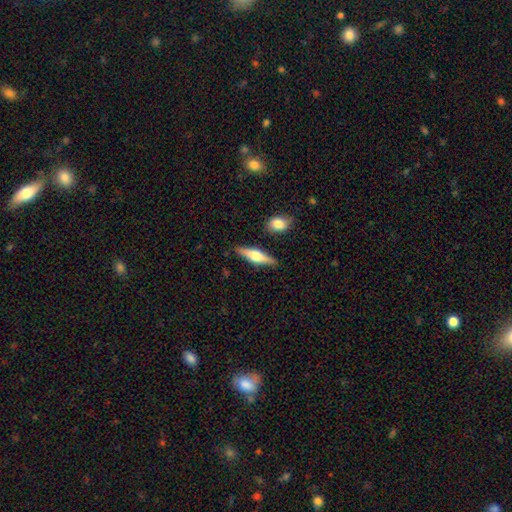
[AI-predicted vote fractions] Q: Smooth or featured?
A: featured or disk (55%); runner-up: smooth (39%)
Q: Edge-on disk?
A: yes (95%); runner-up: no (5%)
Q: Edge-on bulge?
A: rounded (90%); runner-up: boxy (8%)
Q: Merging?
A: none (85%); runner-up: minor disturbance (9%)